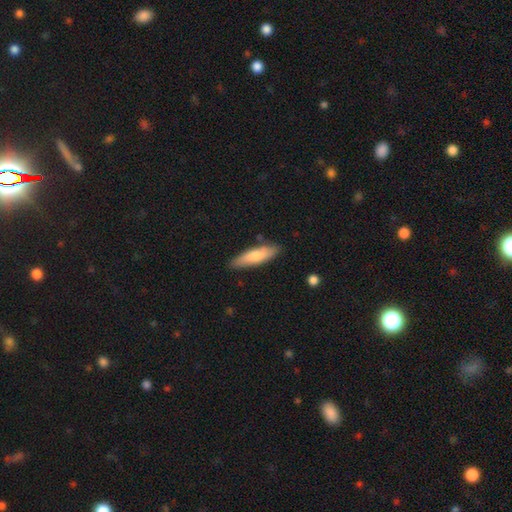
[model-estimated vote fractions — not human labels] Overall: smooth (72%). How rounded: cigar-shaped (60%; in between 38%). Merging: none (81%).